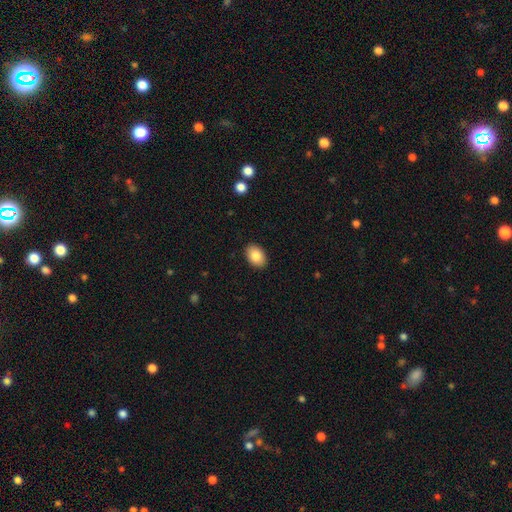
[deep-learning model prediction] Morphology: type=smooth (85%); roundness=in between (85%); merging=none (90%).